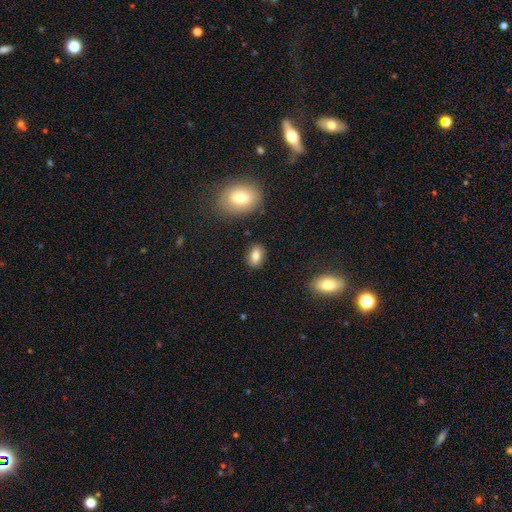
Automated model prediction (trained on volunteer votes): Overall: smooth (82%). How rounded: in between (83%). Merging: none (86%).